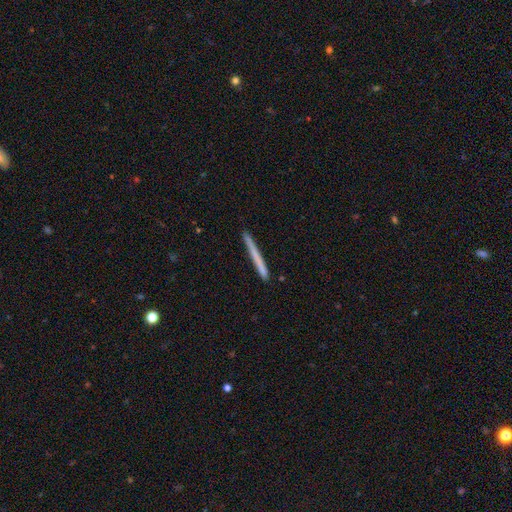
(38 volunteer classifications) Morphology: type=smooth (74%); roundness=cigar-shaped (100%); merging=none (97%).